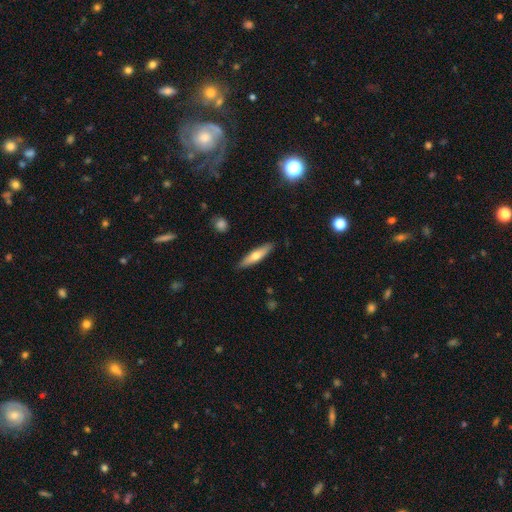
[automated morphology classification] This is possibly a smooth galaxy (57%). How rounded: likely cigar-shaped (77%). Merging: clearly none (88%).